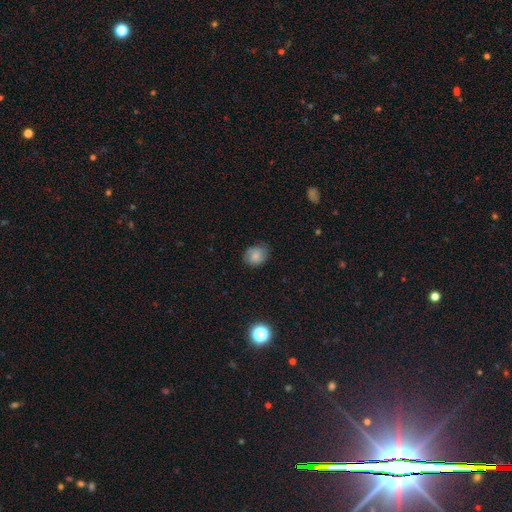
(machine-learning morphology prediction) smooth-or-featured: smooth: 71% | featured or disk: 19% | star or artifact: 10%
  how-rounded: round: 53% | in between: 46% | cigar-shaped: 1%
  merging: none: 71% | minor disturbance: 22% | major disturbance: 5% | merger: 1%